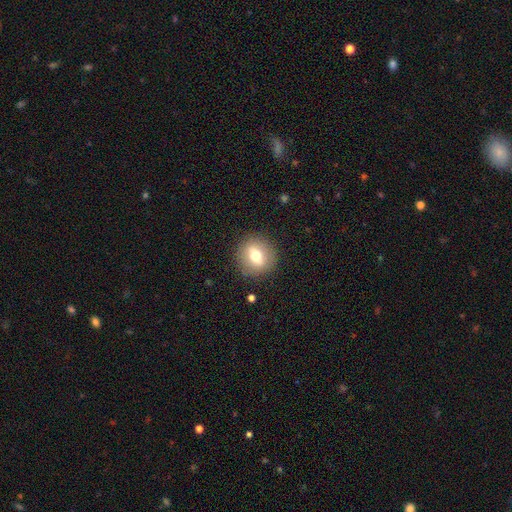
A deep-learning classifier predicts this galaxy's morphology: type=smooth (64%); roundness=round (81%); merging=none (88%).